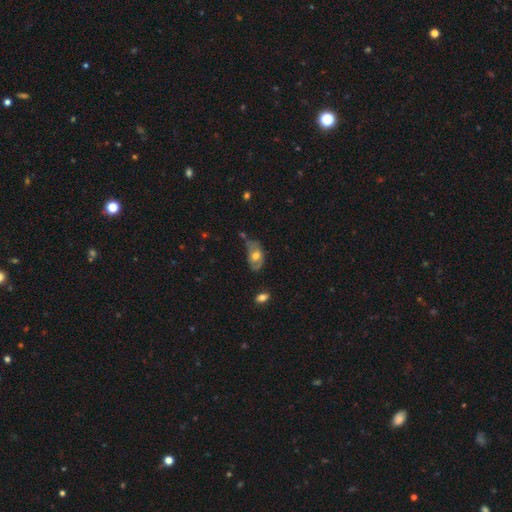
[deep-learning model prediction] This appears to be a smooth galaxy with no disk features (56%) that is in between round and cigar-shaped (89%). Merging: none (39%).